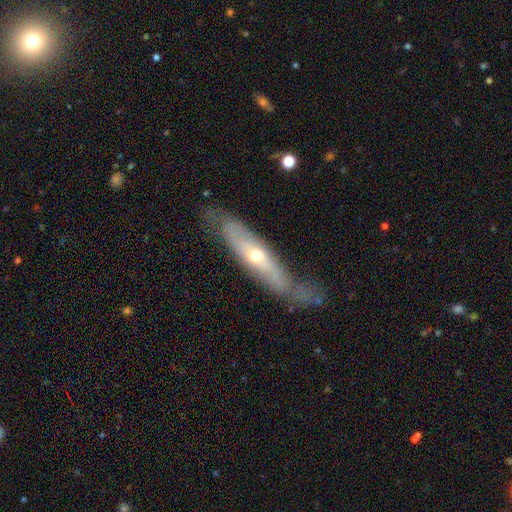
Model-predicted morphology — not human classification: Overall: featured or disk (61%; smooth 32%). Edge-on disk: no (57%; yes 43%). Merging: none (60%; minor disturbance 25%).